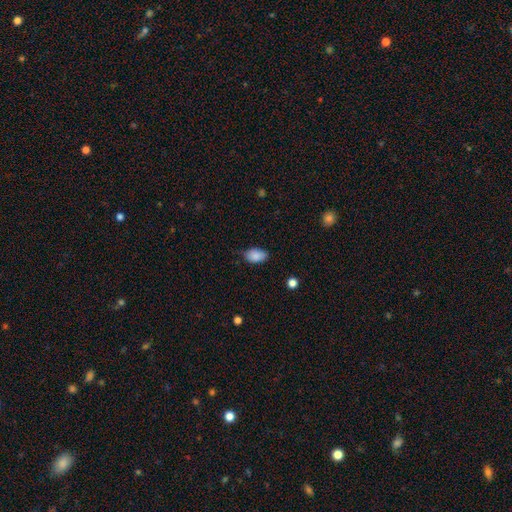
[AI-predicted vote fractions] smooth-or-featured: smooth: 88% | star or artifact: 7% | featured or disk: 5%
  how-rounded: in between: 91% | round: 8% | cigar-shaped: 2%
  merging: none: 75% | minor disturbance: 20% | major disturbance: 3% | merger: 1%